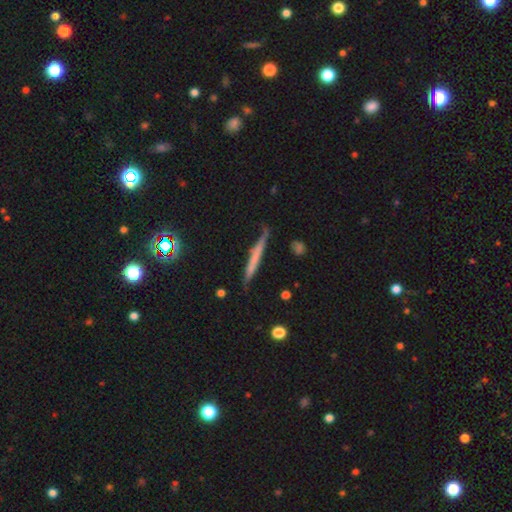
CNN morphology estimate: smooth_or_featured: smooth (p=0.50) [alt: featured or disk p=0.43]
how_rounded: cigar-shaped (p=0.95) [alt: in between p=0.03]
merging: none (p=0.72) [alt: minor disturbance p=0.21]